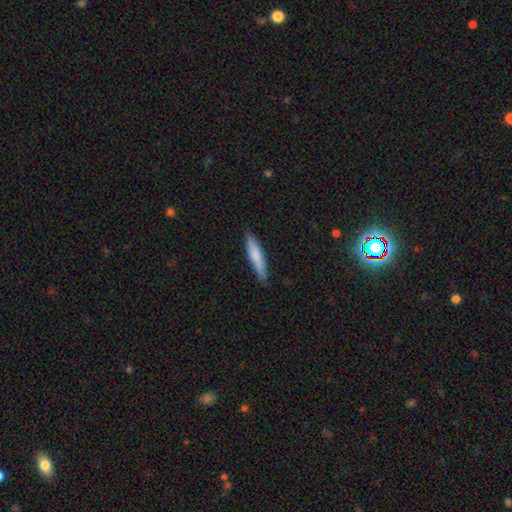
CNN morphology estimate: This appears to be a smooth galaxy with no disk features (75%) that is cigar-shaped (89%). Merging: none (87%).